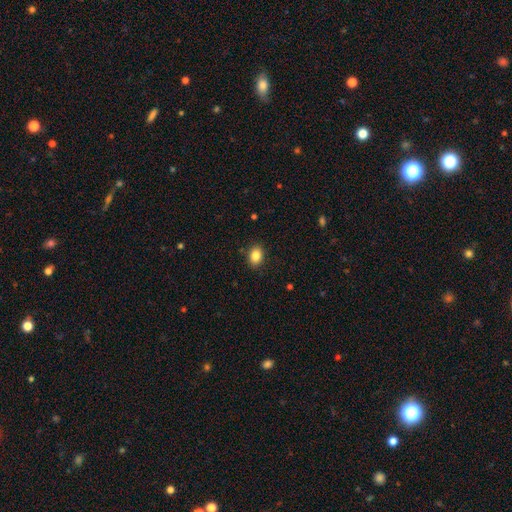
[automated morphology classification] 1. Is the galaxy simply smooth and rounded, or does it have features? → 86% smooth, 9% star or artifact, 5% featured or disk.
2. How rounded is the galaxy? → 68% in between, 31% round, 1% cigar-shaped.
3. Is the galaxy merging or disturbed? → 87% none, 9% minor disturbance, 2% major disturbance, 1% merger.